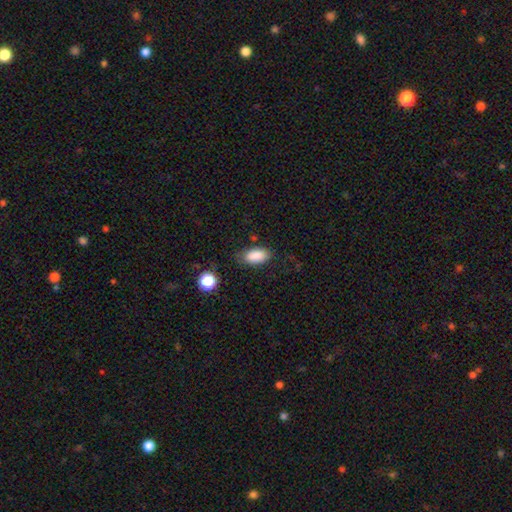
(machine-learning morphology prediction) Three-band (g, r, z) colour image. It shows a smooth galaxy with no disk features (87%) that is in between round and cigar-shaped (92%). Merging: none (78%).